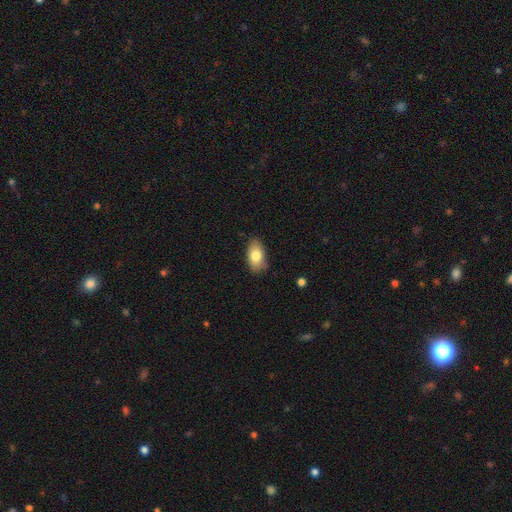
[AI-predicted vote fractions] smooth 80%, featured or disk 13%, star or artifact 7%. Down the decision tree: how rounded — in between (93%); merging — none (82%).